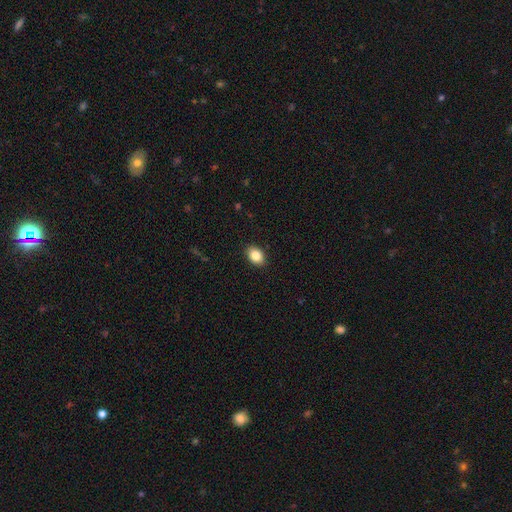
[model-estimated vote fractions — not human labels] Overall: smooth (85%). How rounded: in between (84%). Merging: none (90%).